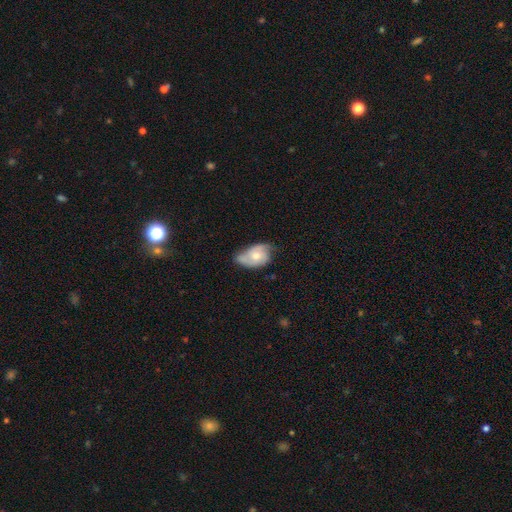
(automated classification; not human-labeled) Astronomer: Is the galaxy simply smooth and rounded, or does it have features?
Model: featured or disk — 59% (runner-up: smooth, 35%).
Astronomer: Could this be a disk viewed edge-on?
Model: no — 96%.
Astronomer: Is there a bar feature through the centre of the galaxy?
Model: no — 73%.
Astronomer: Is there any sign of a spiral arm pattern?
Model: yes — 85%.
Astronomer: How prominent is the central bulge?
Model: moderate — 58%.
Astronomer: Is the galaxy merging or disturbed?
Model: none — 46% (runner-up: minor disturbance, 37%).